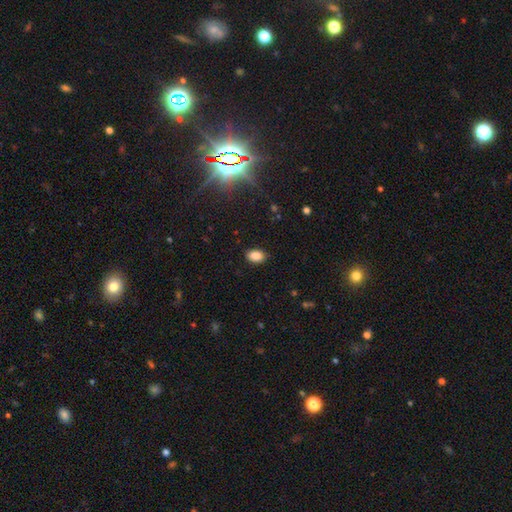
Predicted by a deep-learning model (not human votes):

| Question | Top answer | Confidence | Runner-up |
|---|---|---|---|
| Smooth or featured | smooth | 87% | star or artifact (9%) |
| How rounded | in between | 84% | round (15%) |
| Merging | none | 87% | minor disturbance (10%) |